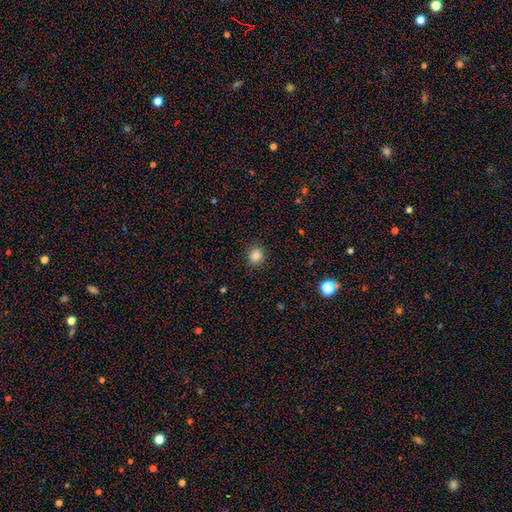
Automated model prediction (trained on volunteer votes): A smooth galaxy with no disk features (83%) that is round (86%). Merging: none (90%).